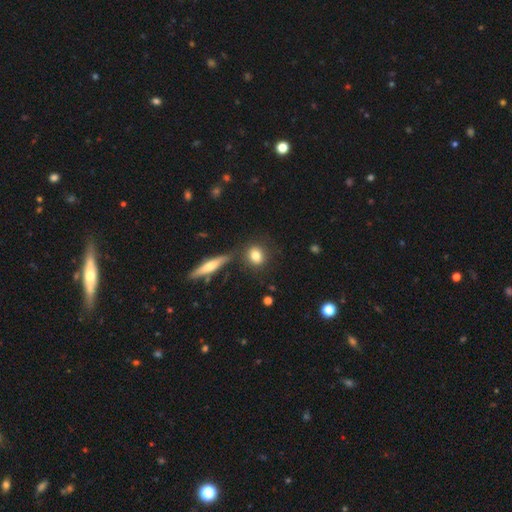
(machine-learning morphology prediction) The model was most divided on "how rounded": round: 62%, in between: 33%, cigar-shaped: 5%. More confident: smooth or featured — smooth (80%); merging — none (77%).